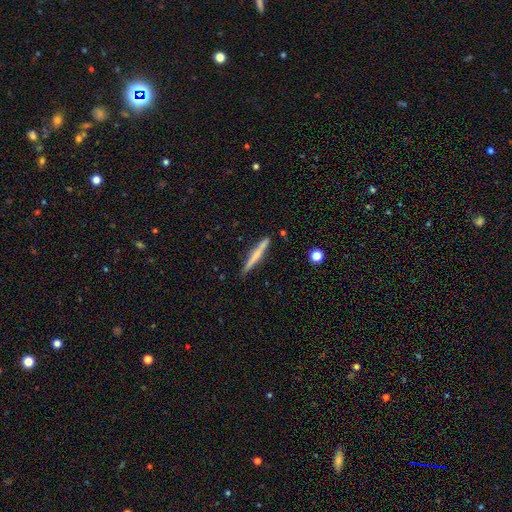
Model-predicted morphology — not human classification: Overall: smooth (56%; featured or disk 38%). How rounded: cigar-shaped (96%). Merging: none (87%).